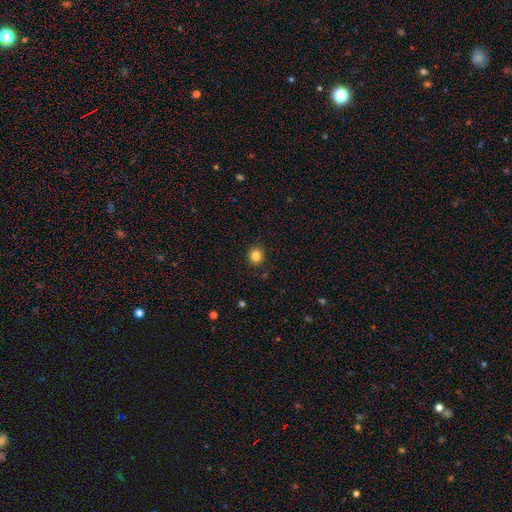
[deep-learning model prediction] smooth 84%, star or artifact 11%, featured or disk 5%. Down the decision tree: how rounded — round (82%); merging — none (89%).